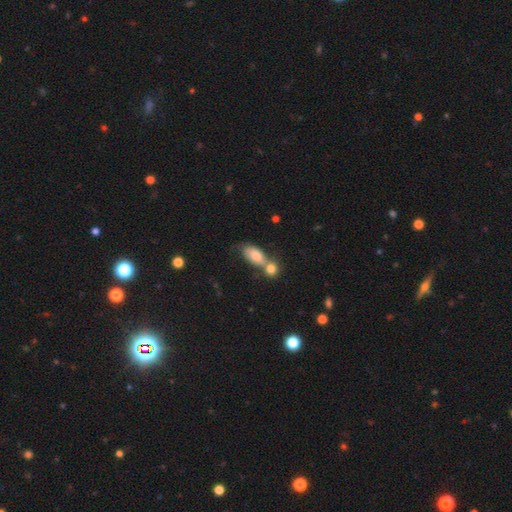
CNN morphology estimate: smooth_or_featured: smooth (p=0.77) [alt: featured or disk p=0.14]
how_rounded: in between (p=0.82) [alt: cigar-shaped p=0.09]
merging: merger (p=0.57) [alt: none p=0.25]